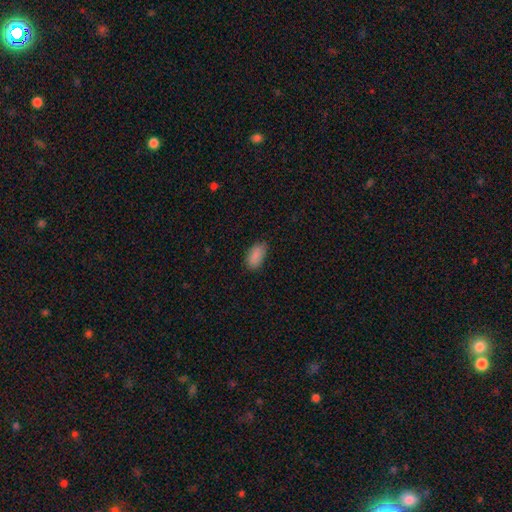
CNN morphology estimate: type=smooth (88%); roundness=in between (93%); merging=none (80%).